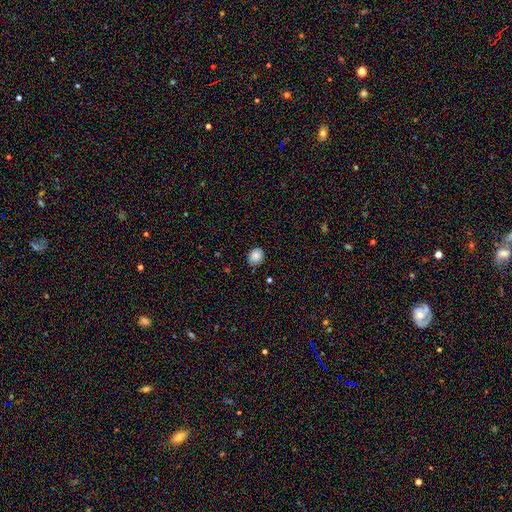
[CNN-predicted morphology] smooth_or_featured: smooth (p=0.85) [alt: star or artifact p=0.09]
how_rounded: round (p=0.60) [alt: in between p=0.39]
merging: none (p=0.79) [alt: minor disturbance p=0.17]